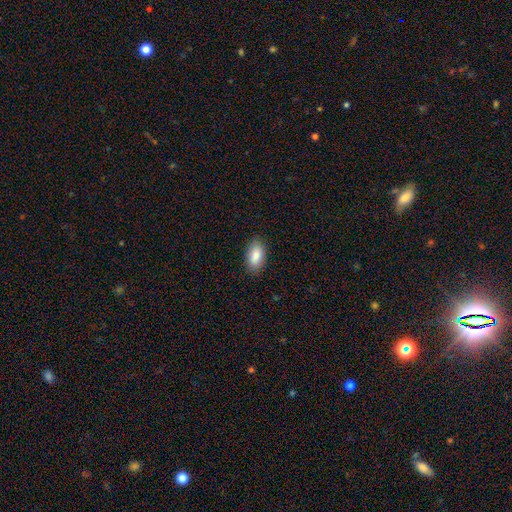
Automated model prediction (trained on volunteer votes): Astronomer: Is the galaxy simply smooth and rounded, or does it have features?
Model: smooth — 87%.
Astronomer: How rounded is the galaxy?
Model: in between — 94%.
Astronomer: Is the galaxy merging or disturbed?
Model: none — 88%.